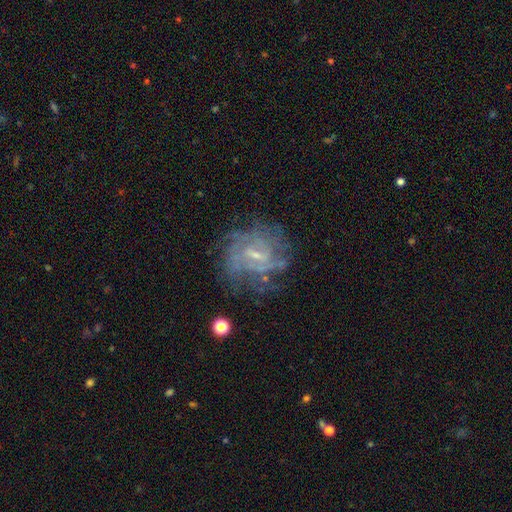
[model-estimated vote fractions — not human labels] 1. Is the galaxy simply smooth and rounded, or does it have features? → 79% featured or disk, 10% star or artifact, 10% smooth.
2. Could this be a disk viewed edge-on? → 97% no, 3% yes.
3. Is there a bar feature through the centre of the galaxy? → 57% weak, 24% no, 19% strong.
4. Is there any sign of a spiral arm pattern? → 83% yes, 17% no.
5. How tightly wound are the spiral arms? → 52% tight, 35% medium, 12% loose.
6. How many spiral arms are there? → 50% can't tell, 15% 2, 13% 4, 12% 3, 6% more than 4, 5% 1.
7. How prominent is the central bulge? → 65% small, 21% moderate, 12% none, 1% large, 1% dominant.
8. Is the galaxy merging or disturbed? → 64% none, 18% minor disturbance, 15% major disturbance, 3% merger.